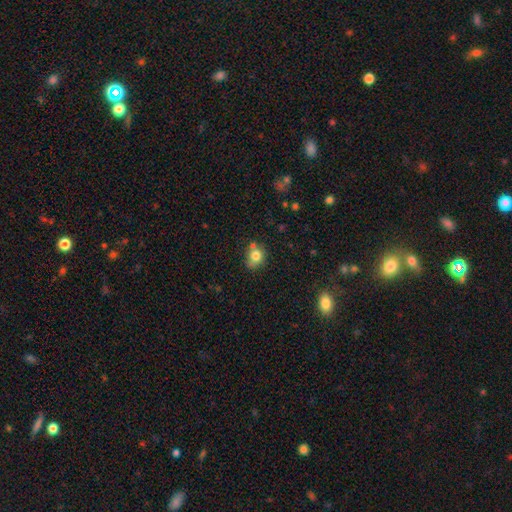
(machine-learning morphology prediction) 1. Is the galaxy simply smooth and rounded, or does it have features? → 78% smooth, 11% star or artifact, 11% featured or disk.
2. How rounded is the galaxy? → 67% round, 32% in between, 1% cigar-shaped.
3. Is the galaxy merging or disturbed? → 57% none, 21% minor disturbance, 16% merger, 6% major disturbance.